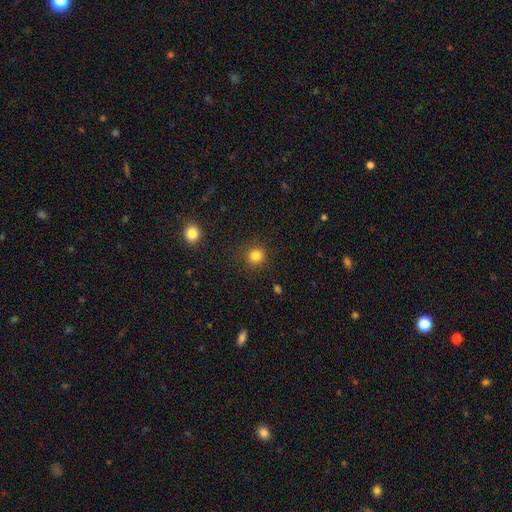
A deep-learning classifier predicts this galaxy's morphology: smooth_or_featured: smooth (p=0.83) [alt: star or artifact p=0.13]
how_rounded: round (p=0.92) [alt: in between p=0.07]
merging: none (p=0.89) [alt: minor disturbance p=0.07]